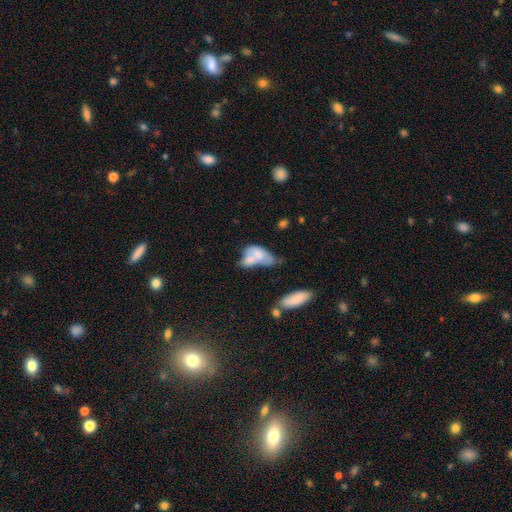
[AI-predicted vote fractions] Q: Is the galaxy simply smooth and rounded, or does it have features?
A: smooth — 60%.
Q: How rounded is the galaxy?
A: in between — 89%.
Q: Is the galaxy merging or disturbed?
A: merger — 54%.